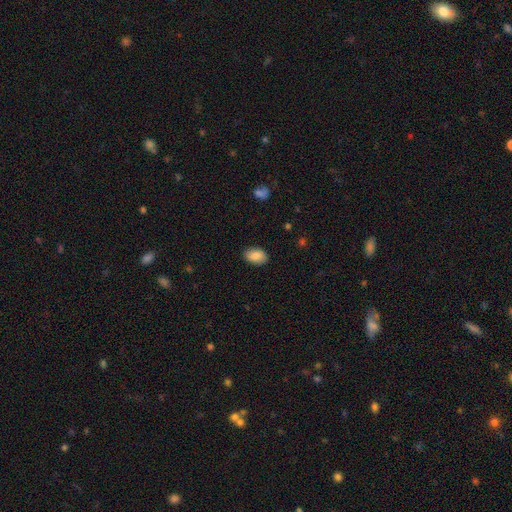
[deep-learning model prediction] This appears to be a smooth galaxy with no disk features (86%) that is in between round and cigar-shaped (90%). Merging: none (86%).